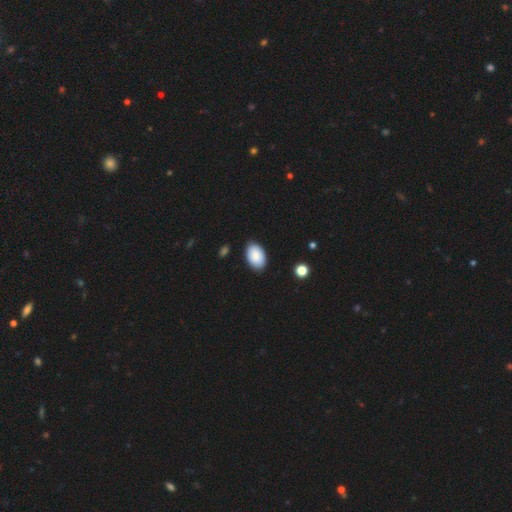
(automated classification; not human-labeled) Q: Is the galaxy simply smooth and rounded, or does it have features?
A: smooth — 88%.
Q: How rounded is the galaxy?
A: in between — 93%.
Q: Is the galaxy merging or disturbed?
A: none — 86%.